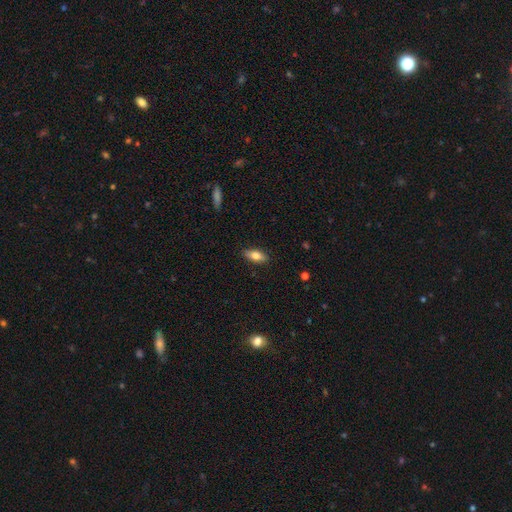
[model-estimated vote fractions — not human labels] smooth-or-featured: smooth: 77% | featured or disk: 16% | star or artifact: 7%
  how-rounded: in between: 81% | cigar-shaped: 16% | round: 3%
  merging: none: 88% | minor disturbance: 9% | major disturbance: 2% | merger: 1%